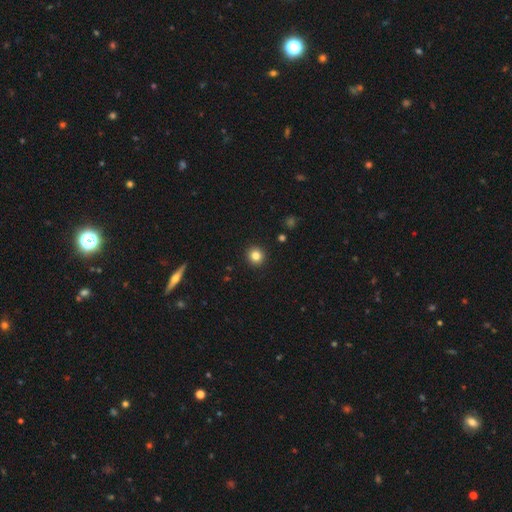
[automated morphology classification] The model was most divided on "smooth or featured": smooth: 83%, star or artifact: 12%, featured or disk: 6%. More confident: how rounded — round (93%); merging — none (93%).